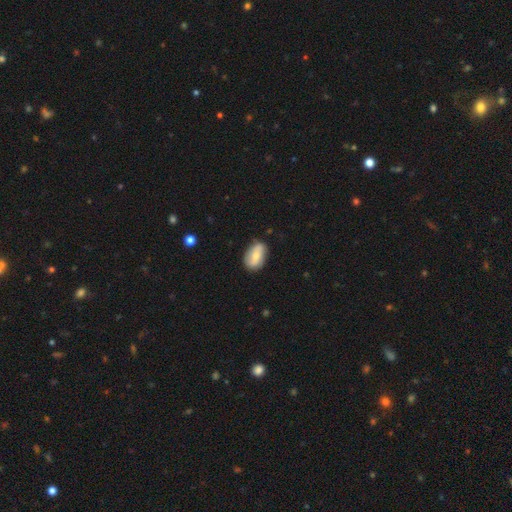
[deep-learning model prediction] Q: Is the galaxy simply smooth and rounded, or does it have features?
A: smooth — 58%.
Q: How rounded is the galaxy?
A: in between — 87%.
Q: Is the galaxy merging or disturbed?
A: none — 79%.